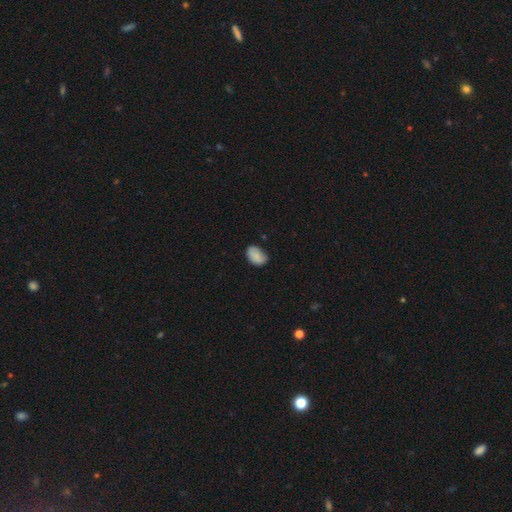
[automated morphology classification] Q: Smooth or featured?
A: smooth (85%); runner-up: star or artifact (8%)
Q: How rounded?
A: in between (85%); runner-up: round (14%)
Q: Merging?
A: none (66%); runner-up: minor disturbance (28%)